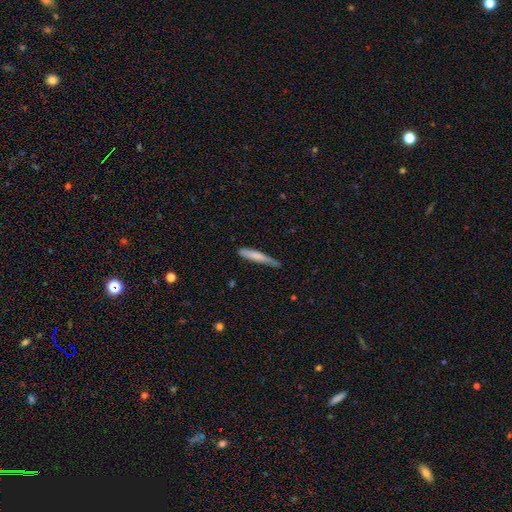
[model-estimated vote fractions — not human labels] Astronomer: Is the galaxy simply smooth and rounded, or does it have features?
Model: smooth — 73%.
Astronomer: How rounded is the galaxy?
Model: cigar-shaped — 93%.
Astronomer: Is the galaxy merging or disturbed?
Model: none — 61%.